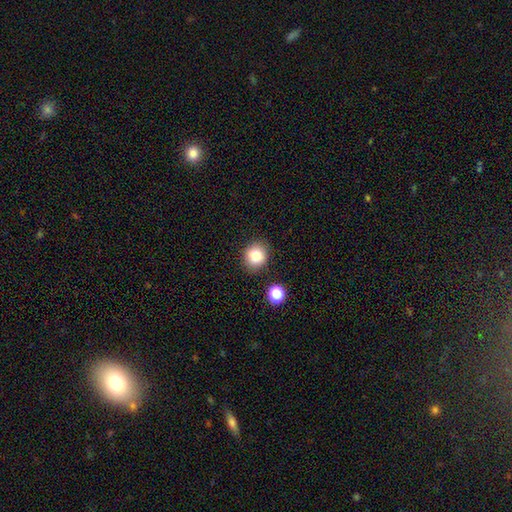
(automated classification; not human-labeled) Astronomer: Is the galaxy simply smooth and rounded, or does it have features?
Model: smooth — 82%.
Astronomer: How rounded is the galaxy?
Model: round — 82%.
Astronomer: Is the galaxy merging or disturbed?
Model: none — 86%.